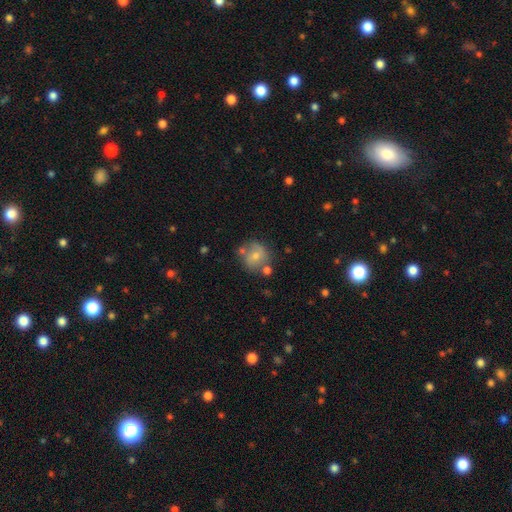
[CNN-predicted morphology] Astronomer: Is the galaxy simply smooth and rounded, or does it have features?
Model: smooth — 55% (runner-up: featured or disk, 36%).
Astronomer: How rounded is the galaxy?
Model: round — 83%.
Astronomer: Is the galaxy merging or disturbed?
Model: none — 60%.